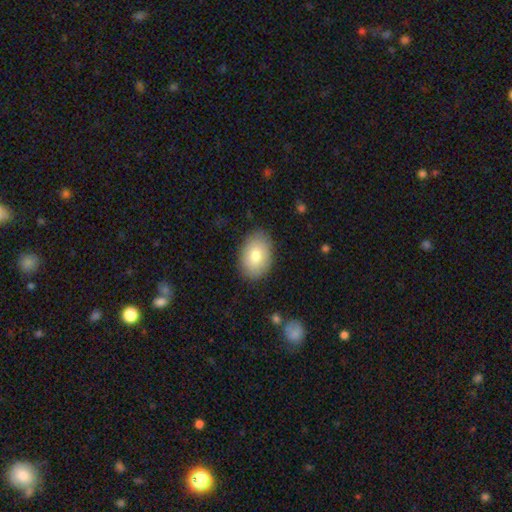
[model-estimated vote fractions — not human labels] A smooth galaxy with no disk features (79%) that is in between round and cigar-shaped (88%).

Vote fractions:
- Smooth or featured? smooth: 79% / featured or disk: 14% / star or artifact: 6%
- How rounded? in between: 88% / round: 11% / cigar-shaped: 1%
- Merging? none: 84% / minor disturbance: 12% / major disturbance: 3% / merger: 1%